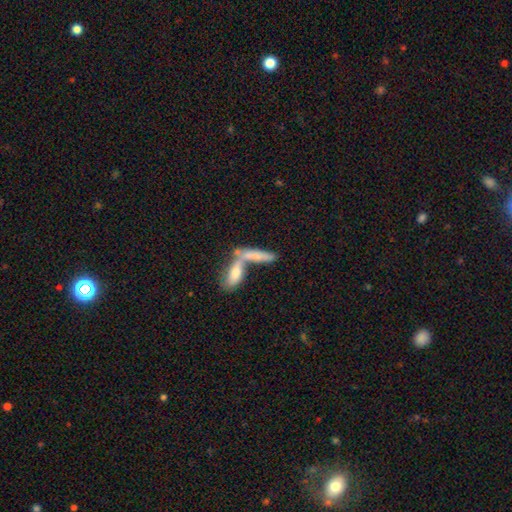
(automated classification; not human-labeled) A smooth galaxy with no disk features (67%) that is cigar-shaped (65%).

Vote fractions:
- Smooth or featured? smooth: 67% / featured or disk: 25% / star or artifact: 8%
- How rounded? cigar-shaped: 65% / in between: 32% / round: 3%
- Merging? merger: 58% / none: 27% / minor disturbance: 8% / major disturbance: 6%